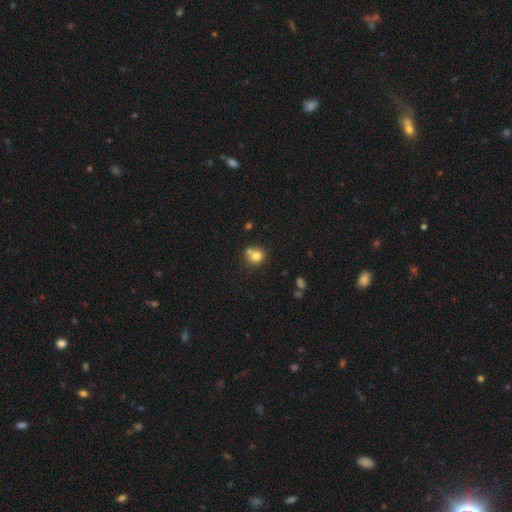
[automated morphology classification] smooth_or_featured: smooth (p=0.76) [alt: featured or disk p=0.12]
how_rounded: round (p=0.86) [alt: in between p=0.13]
merging: none (p=0.52) [alt: merger p=0.35]